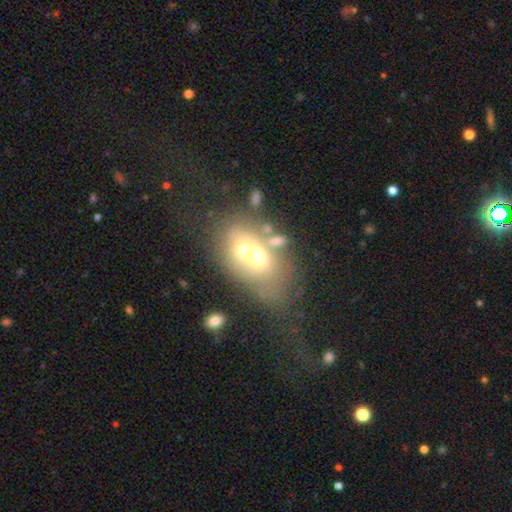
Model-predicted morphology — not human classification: smooth_or_featured: smooth (p=0.52) [alt: featured or disk p=0.35]
how_rounded: in between (p=0.68) [alt: round p=0.30]
merging: merger (p=0.57) [alt: none p=0.22]